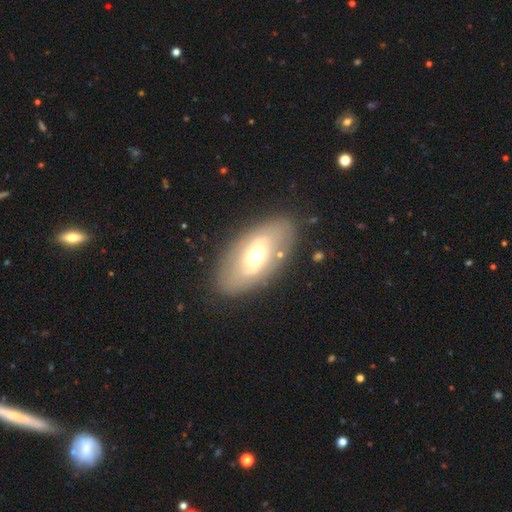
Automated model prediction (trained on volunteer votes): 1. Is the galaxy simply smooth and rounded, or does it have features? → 51% featured or disk, 41% smooth, 8% star or artifact.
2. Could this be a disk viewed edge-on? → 84% no, 16% yes.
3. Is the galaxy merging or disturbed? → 81% none, 12% minor disturbance, 6% major disturbance, 2% merger.